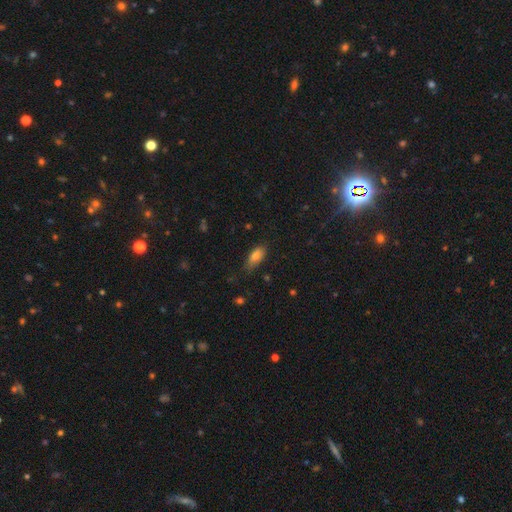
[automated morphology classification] Smooth or featured? smooth (77%)
How rounded? in between (79%)
Merging? none (72%)